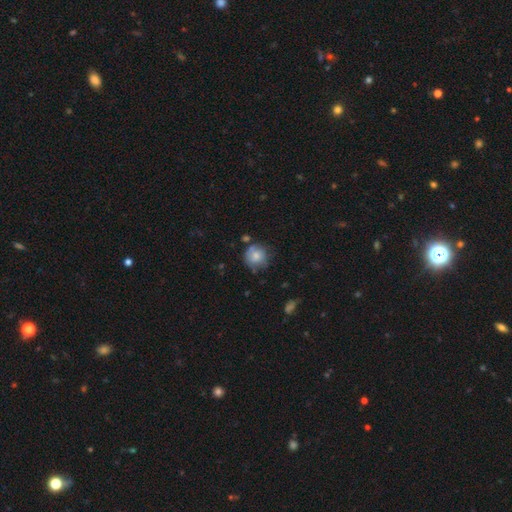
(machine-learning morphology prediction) This is likely a smooth galaxy (69%). How rounded: clearly round (89%). Merging: likely none (64%).